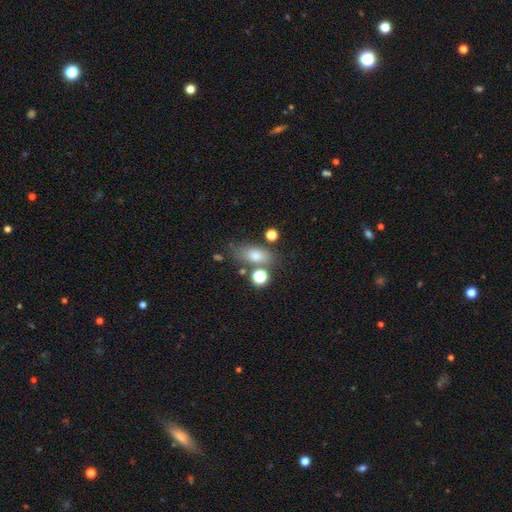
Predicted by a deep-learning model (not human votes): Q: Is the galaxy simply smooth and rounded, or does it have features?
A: smooth — 73%.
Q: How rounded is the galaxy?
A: in between — 79%.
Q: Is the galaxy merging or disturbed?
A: none — 65%.